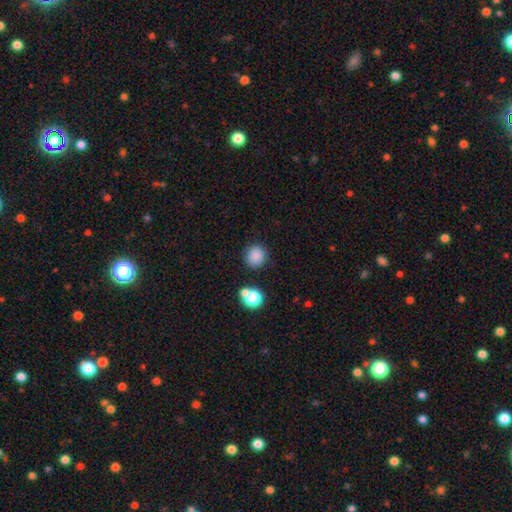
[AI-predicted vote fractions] Smooth or featured: smooth — 84% (star or artifact — 12%)
How rounded: round — 91% (in between — 9%)
Merging: none — 84% (minor disturbance — 8%)